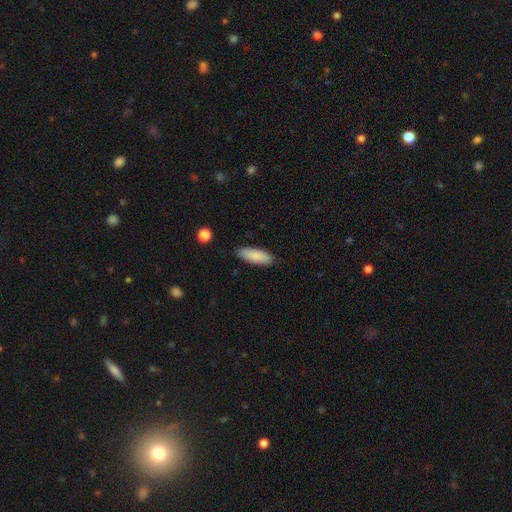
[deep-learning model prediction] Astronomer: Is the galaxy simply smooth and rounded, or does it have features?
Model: smooth — 87%.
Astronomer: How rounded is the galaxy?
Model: in between — 68%.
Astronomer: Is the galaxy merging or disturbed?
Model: none — 86%.